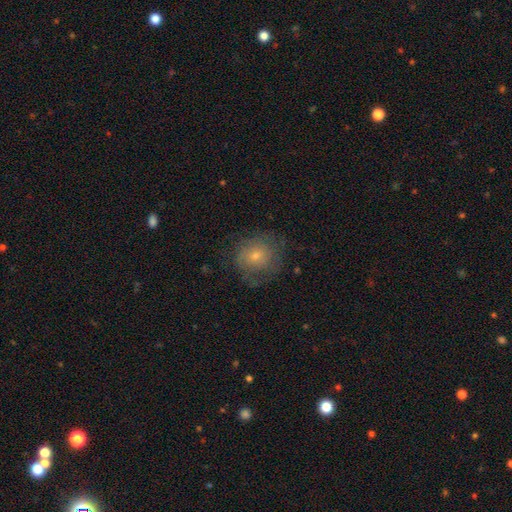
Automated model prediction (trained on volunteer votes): smooth_or_featured: smooth (p=0.51) [alt: featured or disk p=0.36]
how_rounded: round (p=0.81) [alt: in between p=0.17]
merging: none (p=0.69) [alt: minor disturbance p=0.18]